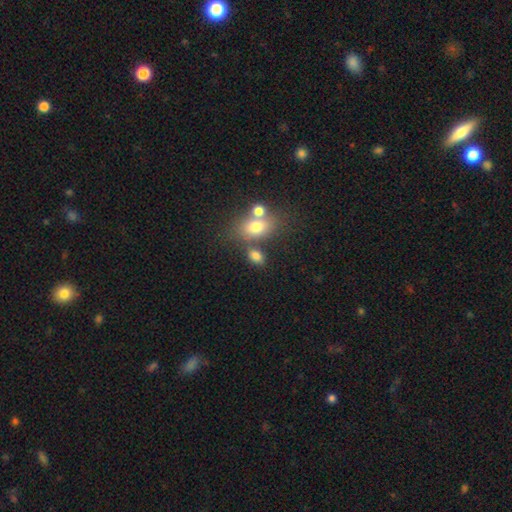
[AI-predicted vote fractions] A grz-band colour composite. It shows a smooth galaxy with no disk features (75%) that is in between round and cigar-shaped (76%). Merging: none (55%).